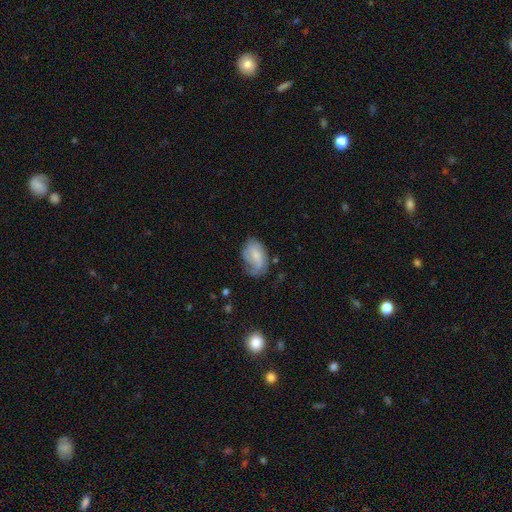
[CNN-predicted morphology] Smooth or featured? featured or disk (52%)
Edge-on disk? no (96%)
Merging? none (44%)